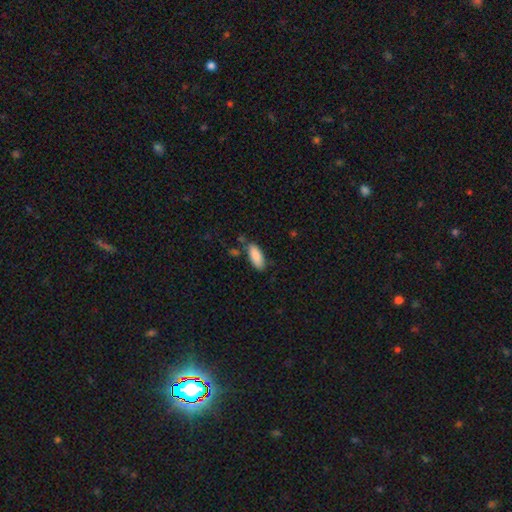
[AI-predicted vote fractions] This is clearly a smooth galaxy (88%). How rounded: clearly in between (80%). Merging: likely none (73%).